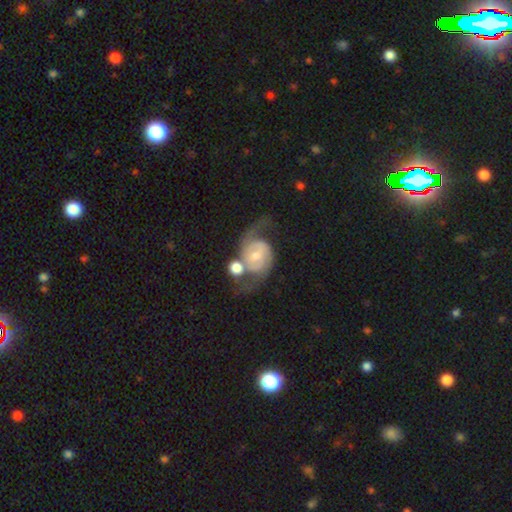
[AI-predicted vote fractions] Smooth or featured?
  - featured or disk: 80% *
  - smooth: 15%
  - star or artifact: 6%
Edge-on disk?
  - no: 97% *
  - yes: 3%
Bar?
  - no: 52% *
  - weak: 39%
  - strong: 9%
Spiral arms?
  - yes: 92% *
  - no: 8%
Spiral winding?
  - medium: 43% *
  - loose: 36%
  - tight: 21%
Spiral arm count?
  - 2: 85% *
  - can't tell: 7%
  - 1: 4%
  - 3: 2%
  - 4: 1%
  - more than 4: 1%
Bulge size?
  - small: 50% *
  - moderate: 40%
  - large: 5%
  - none: 4%
  - dominant: 2%
Merging?
  - none: 39% *
  - merger: 24%
  - major disturbance: 19%
  - minor disturbance: 17%